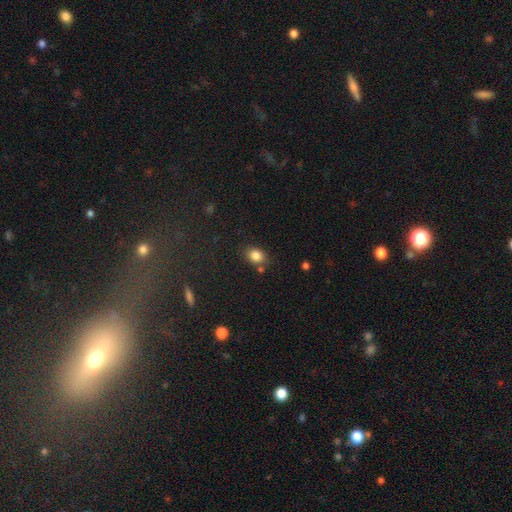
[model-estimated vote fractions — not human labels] This appears to be a smooth galaxy with no disk features (83%) that is in between round and cigar-shaped (57%). Merging: none (75%).